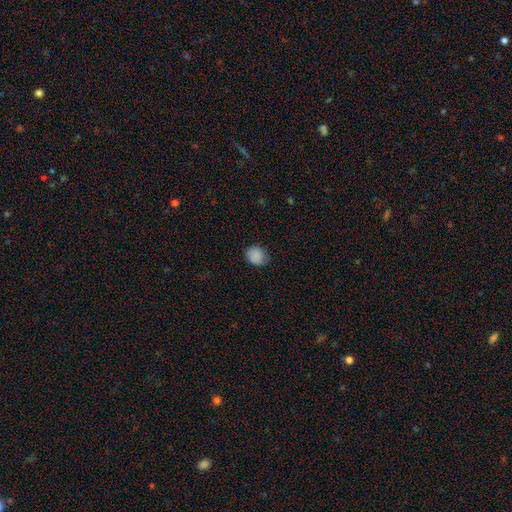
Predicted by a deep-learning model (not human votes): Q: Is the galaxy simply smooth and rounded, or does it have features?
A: smooth — 86%.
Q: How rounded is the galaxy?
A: round — 67%.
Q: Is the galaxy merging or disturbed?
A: none — 76%.